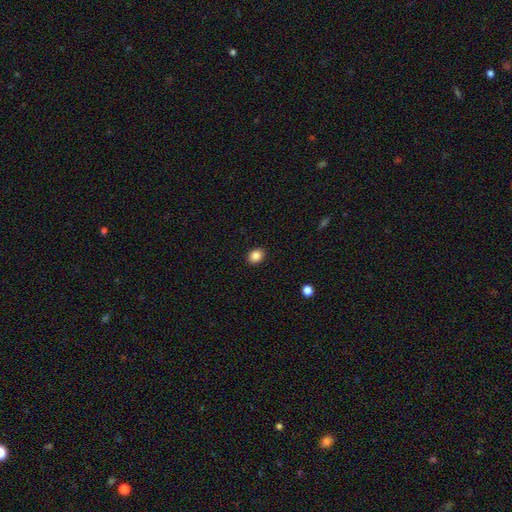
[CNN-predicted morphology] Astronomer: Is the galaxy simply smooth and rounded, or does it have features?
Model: smooth — 86%.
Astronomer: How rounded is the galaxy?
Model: in between — 51% (runner-up: round, 48%).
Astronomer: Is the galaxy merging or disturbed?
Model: none — 91%.